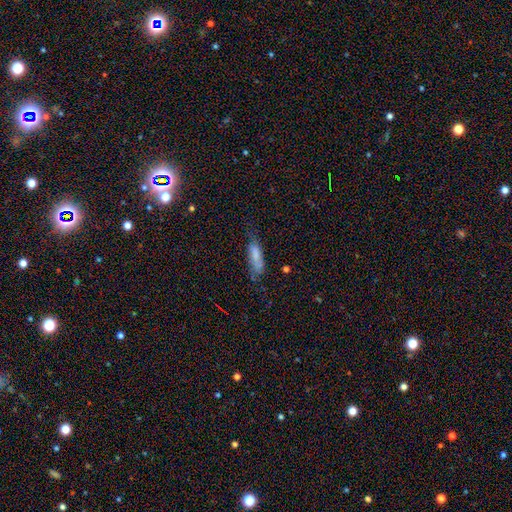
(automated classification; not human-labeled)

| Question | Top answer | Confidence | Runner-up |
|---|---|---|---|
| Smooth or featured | smooth | 69% | featured or disk (21%) |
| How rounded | in between | 53% | cigar-shaped (44%) |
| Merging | none | 52% | minor disturbance (31%) |